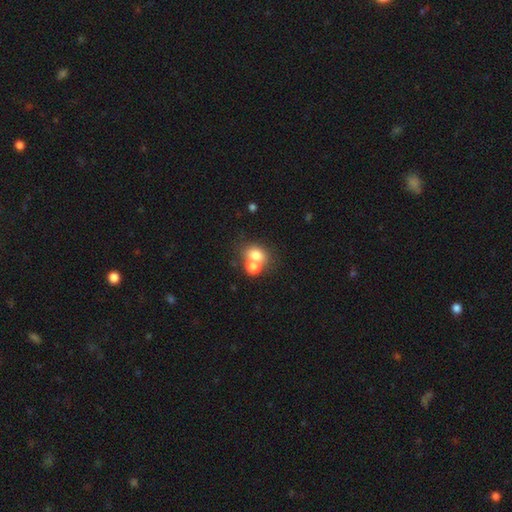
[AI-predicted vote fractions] smooth 73%, featured or disk 16%, star or artifact 12%. Down the decision tree: how rounded — round (55%); merging — merger (55%).